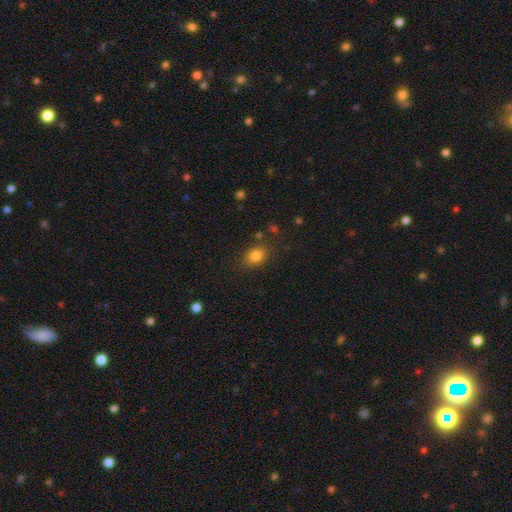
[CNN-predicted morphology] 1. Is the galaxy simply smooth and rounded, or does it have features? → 82% smooth, 11% star or artifact, 7% featured or disk.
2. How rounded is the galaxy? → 66% in between, 33% round, 1% cigar-shaped.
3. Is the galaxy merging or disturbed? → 81% none, 13% minor disturbance, 4% major disturbance, 3% merger.